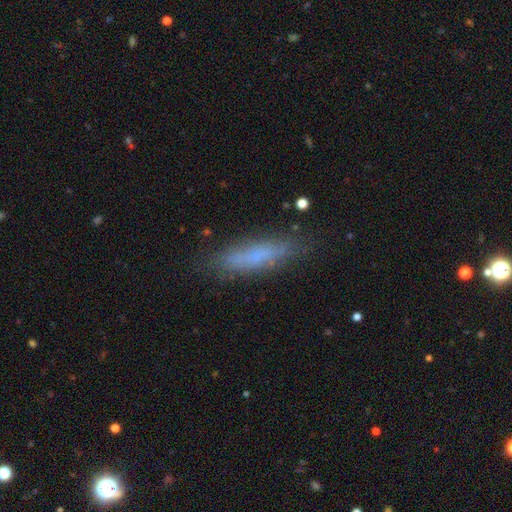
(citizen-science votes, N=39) smooth_or_featured: smooth (p=0.74) [alt: featured or disk p=0.18]
how_rounded: cigar-shaped (p=0.59) [alt: in between p=0.41]
merging: none (p=0.78) [alt: minor disturbance p=0.17]